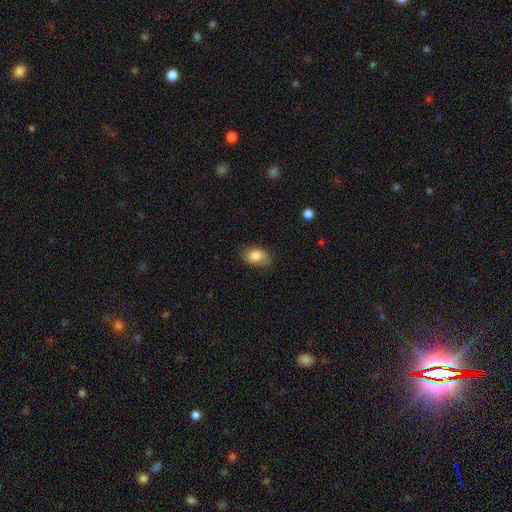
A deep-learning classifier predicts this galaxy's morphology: A smooth galaxy with no disk features (84%) that is in between round and cigar-shaped (88%).

Vote fractions:
- Smooth or featured? smooth: 84% / featured or disk: 9% / star or artifact: 7%
- How rounded? in between: 88% / round: 11% / cigar-shaped: 1%
- Merging? none: 81% / minor disturbance: 14% / major disturbance: 3% / merger: 1%